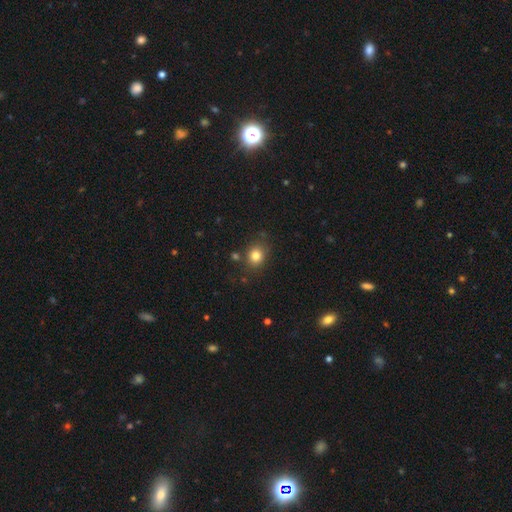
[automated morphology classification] This appears to be a smooth galaxy with no disk features (81%) that is round (66%). Merging: none (78%).